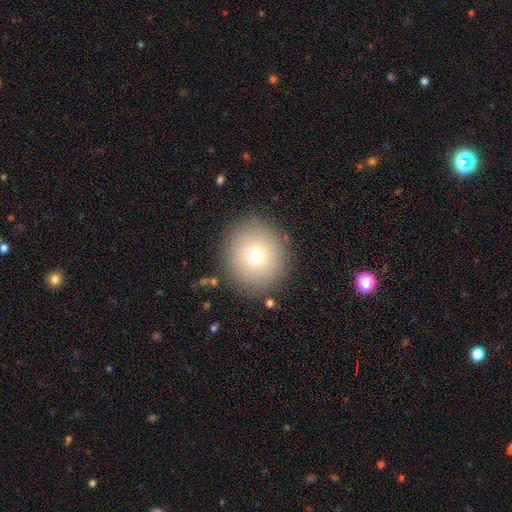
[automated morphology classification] This is likely a smooth galaxy (71%). How rounded: clearly round (93%). Merging: clearly none (88%).